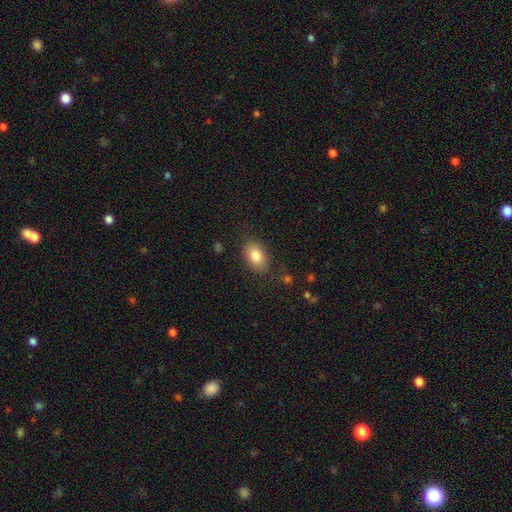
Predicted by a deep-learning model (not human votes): A smooth galaxy with no disk features (81%) that is in between round and cigar-shaped (88%). Merging: none (84%).